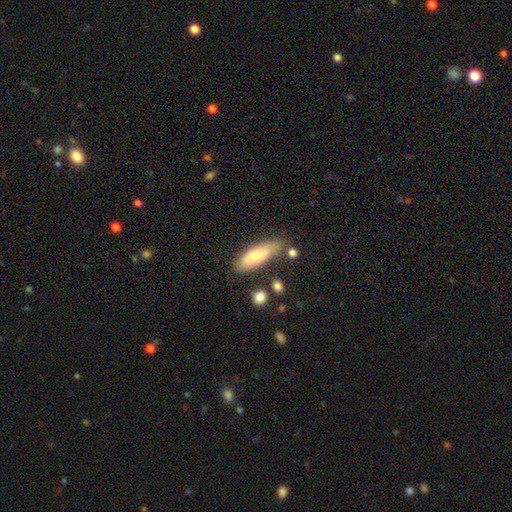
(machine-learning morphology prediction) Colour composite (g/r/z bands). It shows a smooth galaxy with no disk features (66%) that is in between round and cigar-shaped (61%). Merging: none (69%).